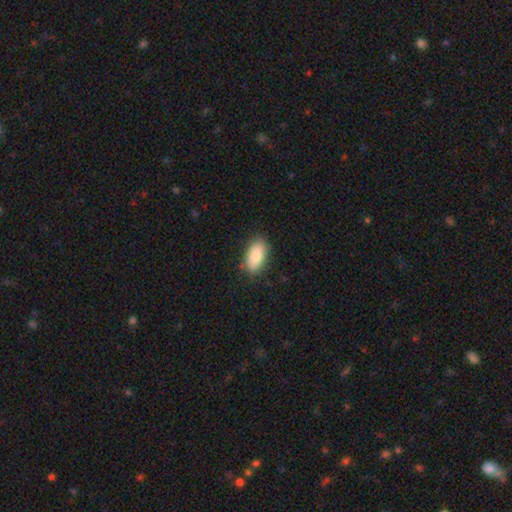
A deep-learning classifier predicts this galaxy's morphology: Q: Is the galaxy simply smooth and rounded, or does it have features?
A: smooth — 84%.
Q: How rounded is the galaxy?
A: in between — 92%.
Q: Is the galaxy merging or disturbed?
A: none — 84%.